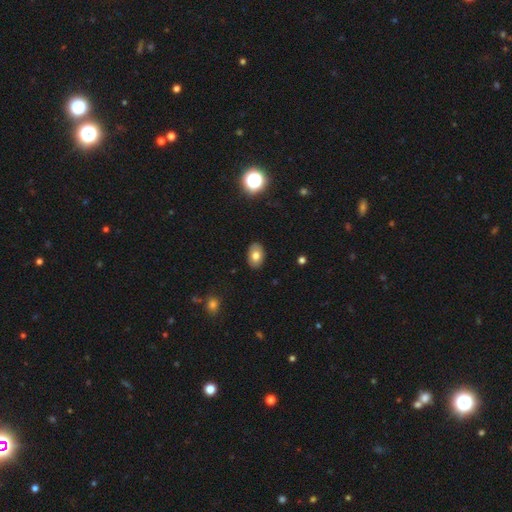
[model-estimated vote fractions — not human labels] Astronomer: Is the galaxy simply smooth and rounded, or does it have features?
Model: smooth — 77%.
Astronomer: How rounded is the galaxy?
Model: in between — 86%.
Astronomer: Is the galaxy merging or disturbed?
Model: none — 88%.